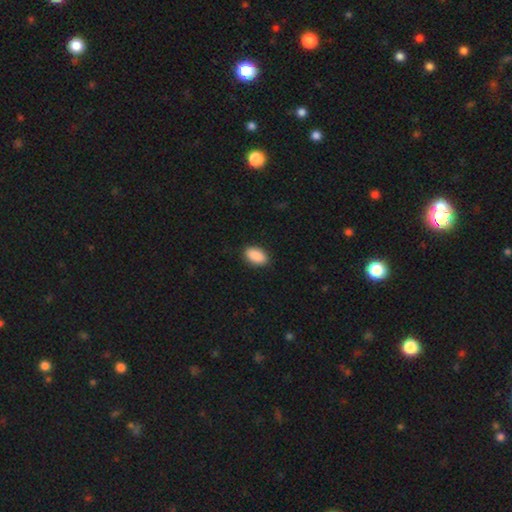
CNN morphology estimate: This appears to be a smooth galaxy with no disk features (91%) that is in between round and cigar-shaped (93%). Merging: none (89%).